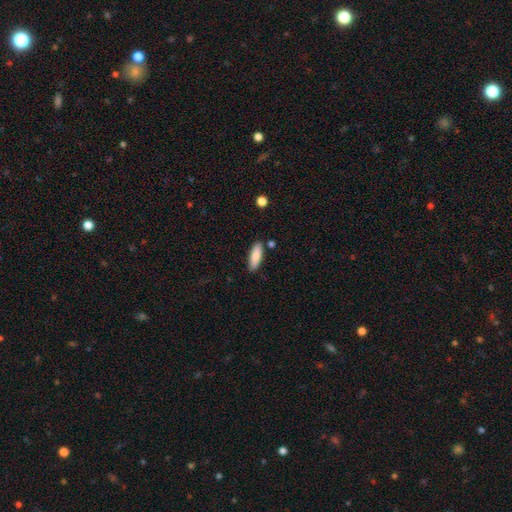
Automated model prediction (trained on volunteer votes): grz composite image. It shows a smooth galaxy with no disk features (85%) that is in between round and cigar-shaped (56%). Merging: none (85%).